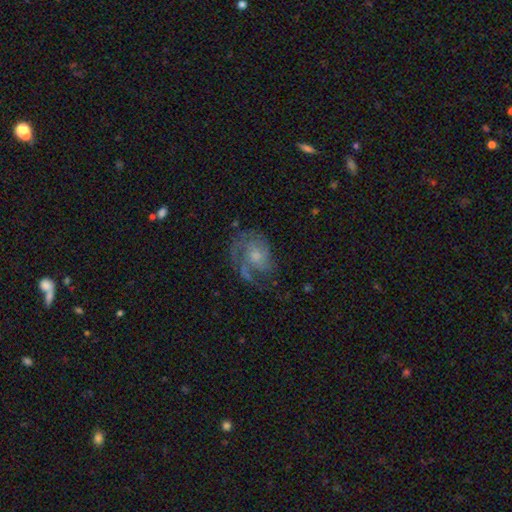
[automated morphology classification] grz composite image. It shows a featured or disk galaxy (76%) with no bar (74%), 2 (27%) medium (42%) spiral arms (89%) and a small central bulge (50%). Merging: none (54%).